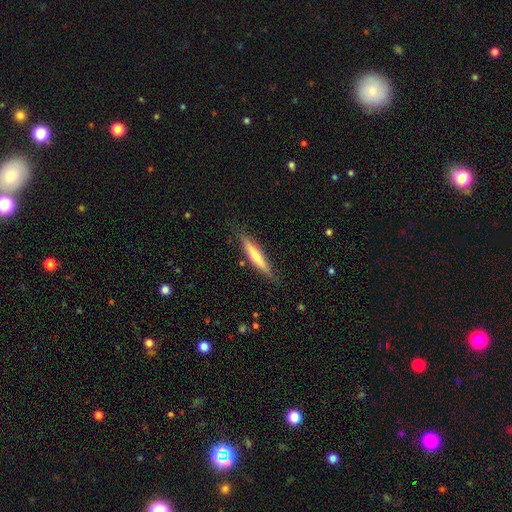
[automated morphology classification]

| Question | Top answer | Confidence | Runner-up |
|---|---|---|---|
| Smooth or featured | smooth | 53% | featured or disk (42%) |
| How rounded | cigar-shaped | 90% | in between (9%) |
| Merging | none | 84% | minor disturbance (12%) |